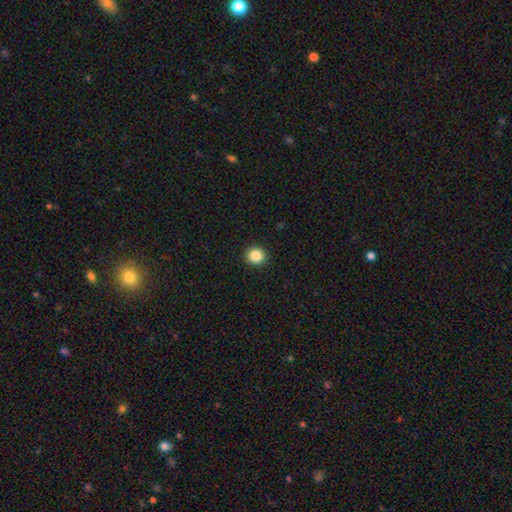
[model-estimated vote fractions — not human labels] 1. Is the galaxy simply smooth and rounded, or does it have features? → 86% smooth, 11% star or artifact, 4% featured or disk.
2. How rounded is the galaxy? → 92% round, 7% in between, 1% cigar-shaped.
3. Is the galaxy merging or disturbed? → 93% none, 4% minor disturbance, 1% major disturbance, 1% merger.